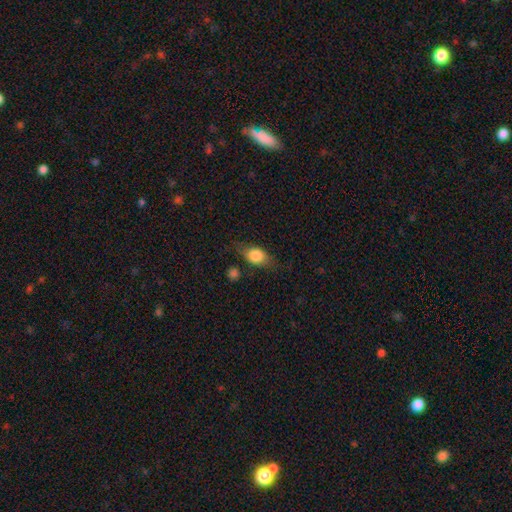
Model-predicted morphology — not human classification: Q: Smooth or featured?
A: smooth (71%); runner-up: featured or disk (21%)
Q: How rounded?
A: in between (72%); runner-up: round (20%)
Q: Merging?
A: none (67%); runner-up: minor disturbance (21%)